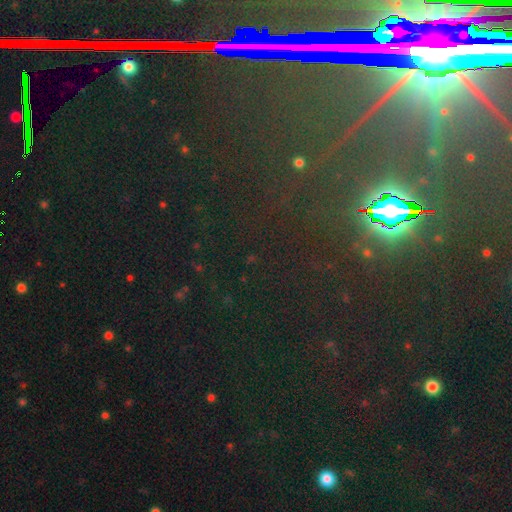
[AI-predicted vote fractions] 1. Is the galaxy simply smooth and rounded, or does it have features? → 81% star or artifact, 11% smooth, 8% featured or disk.